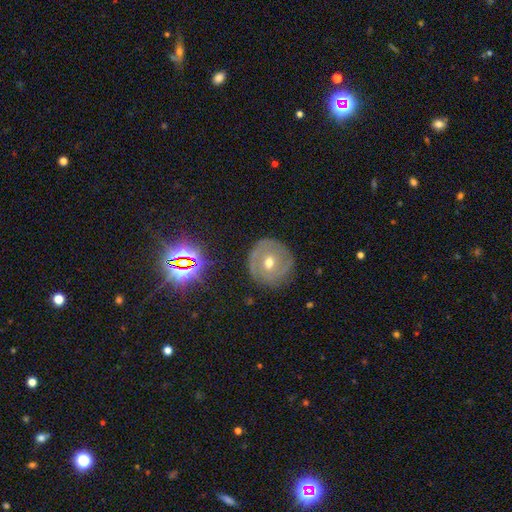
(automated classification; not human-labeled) Smooth or featured? Predicted: featured or disk (p=0.55). Edge-on disk? Predicted: no (p=0.94). Bar? Predicted: no (p=0.71). Spiral arms? Predicted: no (p=0.52). Bulge size? Predicted: moderate (p=0.60). Merging? Predicted: none (p=0.85).